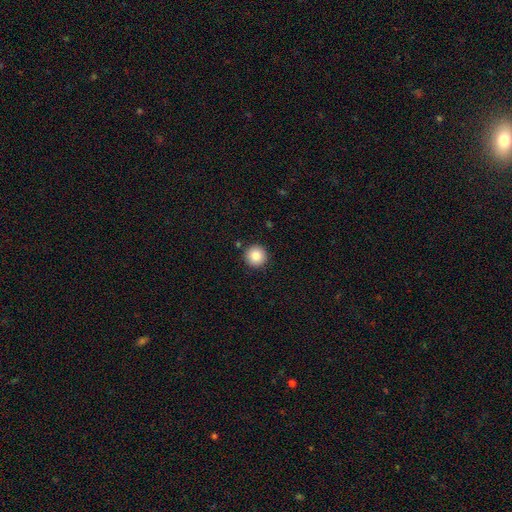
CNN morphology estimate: smooth 86%, star or artifact 9%, featured or disk 5%. Down the decision tree: how rounded — round (96%); merging — none (91%).